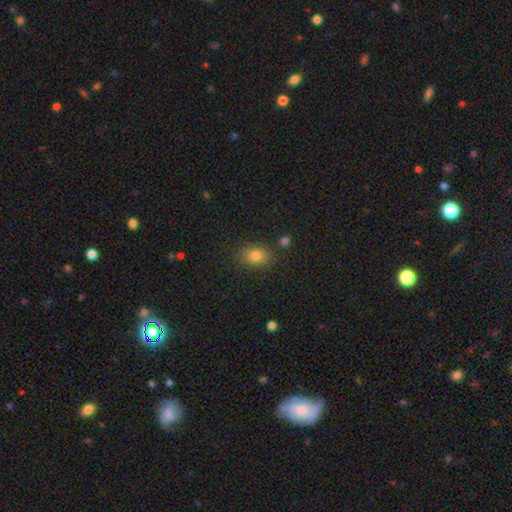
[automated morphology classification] Q: Smooth or featured?
A: smooth (80%); runner-up: star or artifact (13%)
Q: How rounded?
A: in between (59%); runner-up: round (40%)
Q: Merging?
A: none (81%); runner-up: minor disturbance (12%)